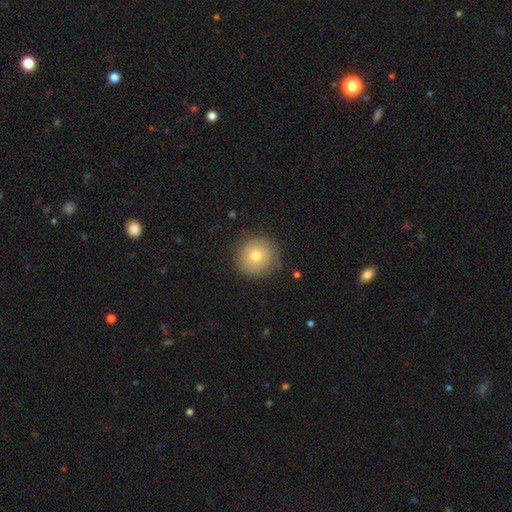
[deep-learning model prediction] The model was most divided on "smooth or featured": smooth: 71%, featured or disk: 19%, star or artifact: 10%. More confident: how rounded — round (94%); merging — none (85%).